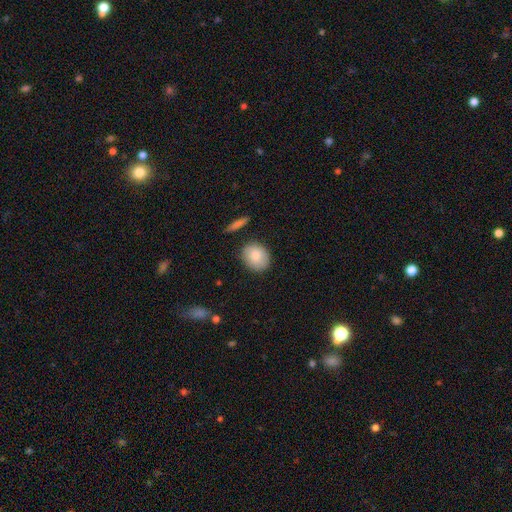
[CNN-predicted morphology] The model was most divided on "how rounded": round: 56%, in between: 43%, cigar-shaped: 1%. More confident: smooth or featured — smooth (83%); merging — none (82%).